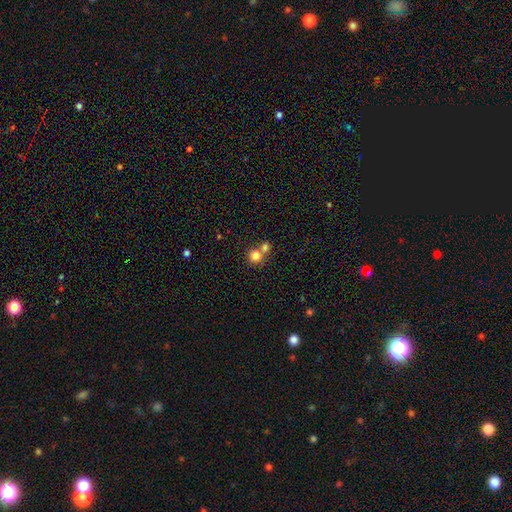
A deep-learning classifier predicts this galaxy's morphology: This is clearly a smooth galaxy (80%). How rounded: clearly round (90%). Merging: possibly none (50%).